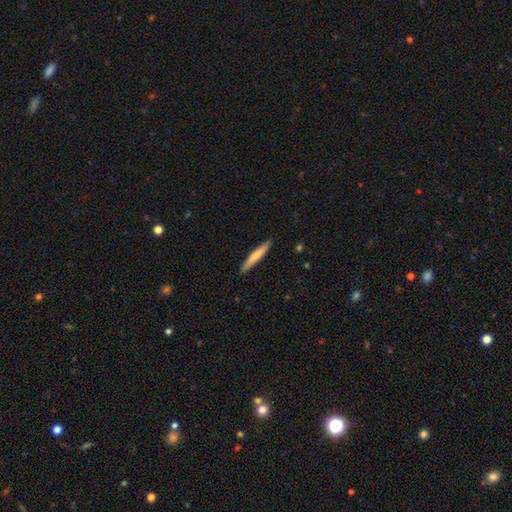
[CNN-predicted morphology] Smooth or featured? Predicted: smooth (p=0.70). How rounded? Predicted: cigar-shaped (p=0.95). Merging? Predicted: none (p=0.90).